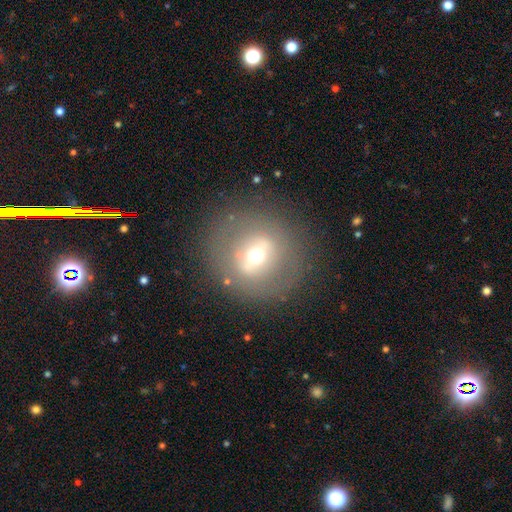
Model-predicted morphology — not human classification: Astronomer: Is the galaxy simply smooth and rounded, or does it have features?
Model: featured or disk — 51% (runner-up: smooth, 37%).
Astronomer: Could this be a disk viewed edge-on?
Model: no — 87%.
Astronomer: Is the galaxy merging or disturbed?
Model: none — 82%.